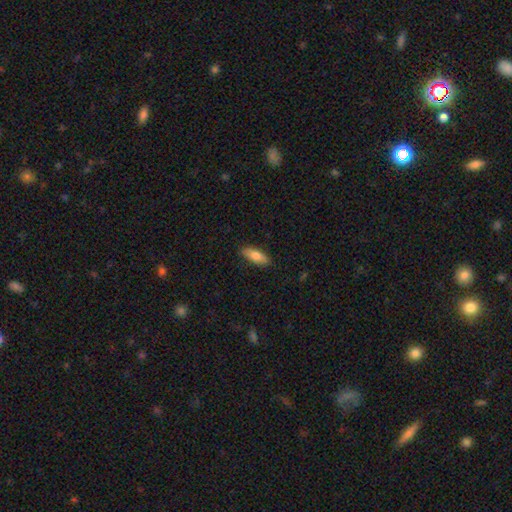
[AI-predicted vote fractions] Smooth or featured? smooth (79%)
How rounded? in between (66%)
Merging? none (87%)